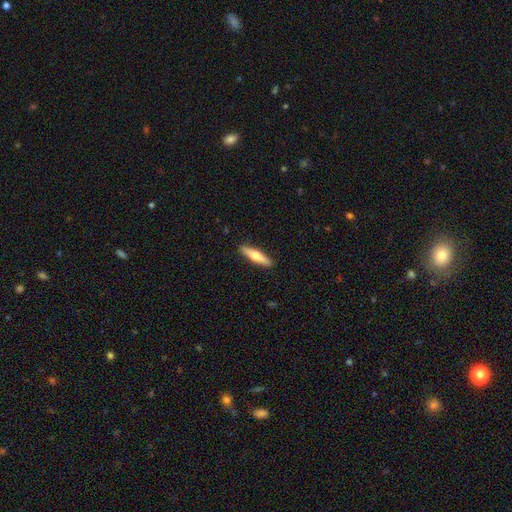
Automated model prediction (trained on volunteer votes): A smooth galaxy with no disk features (52%) that is cigar-shaped (80%).

Vote fractions:
- Smooth or featured? smooth: 52% / featured or disk: 43% / star or artifact: 5%
- How rounded? cigar-shaped: 80% / in between: 18% / round: 2%
- Merging? none: 91% / minor disturbance: 7% / major disturbance: 1% / merger: 1%